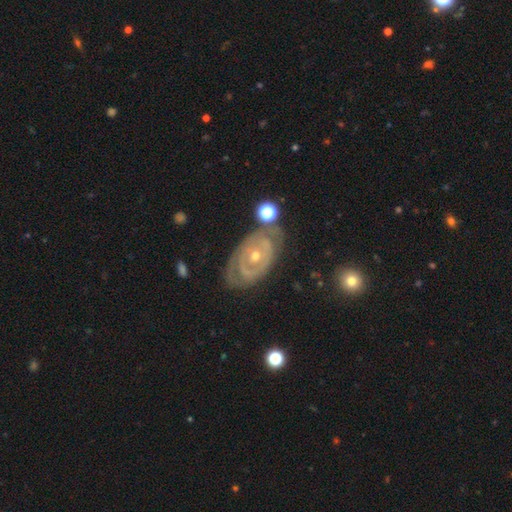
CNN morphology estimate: type=featured or disk (83%); edge-on=no (95%); bar=no (79%); spiral arms=yes (76%); winding=tight (72%); arm count=2 (39%); bulge=small (56%); merging=none (65%).